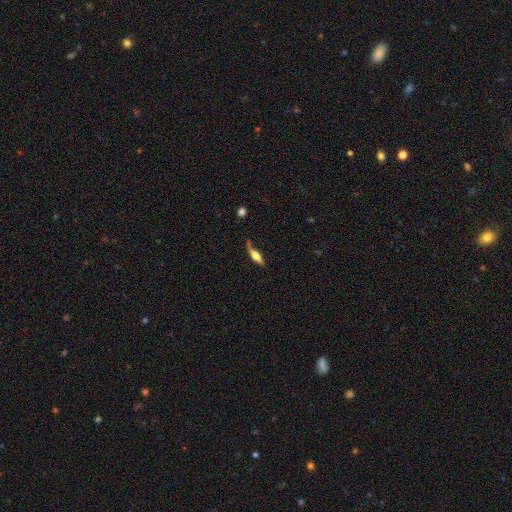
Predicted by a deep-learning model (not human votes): Q: Smooth or featured?
A: featured or disk (50%); runner-up: smooth (43%)
Q: Merging?
A: none (65%); runner-up: minor disturbance (23%)